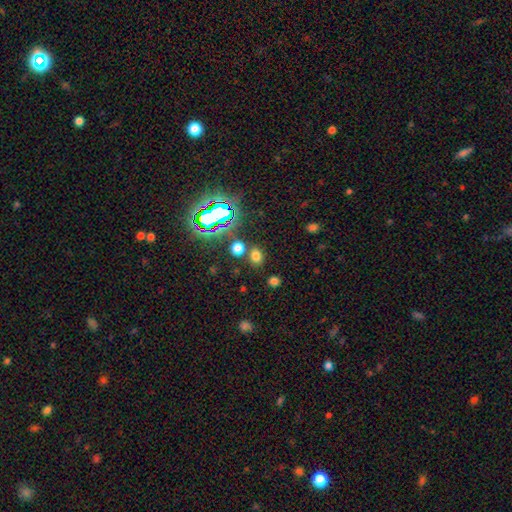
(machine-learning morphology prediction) This is likely a smooth galaxy (68%). How rounded: possibly round (50%). Merging: likely none (78%).